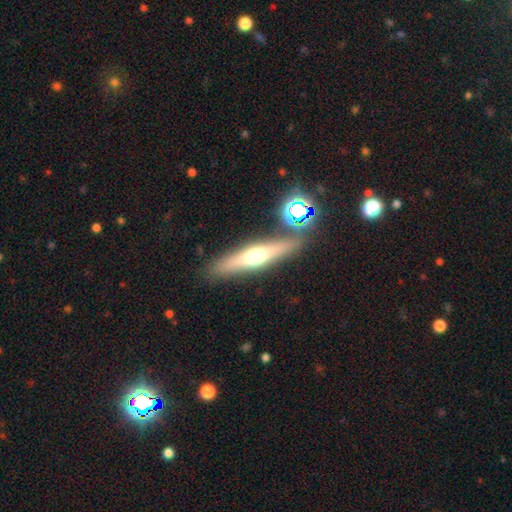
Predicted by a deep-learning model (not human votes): featured or disk 51%, smooth 40%, star or artifact 9%. Down the decision tree: edge-on disk — yes (90%); merging — none (81%).